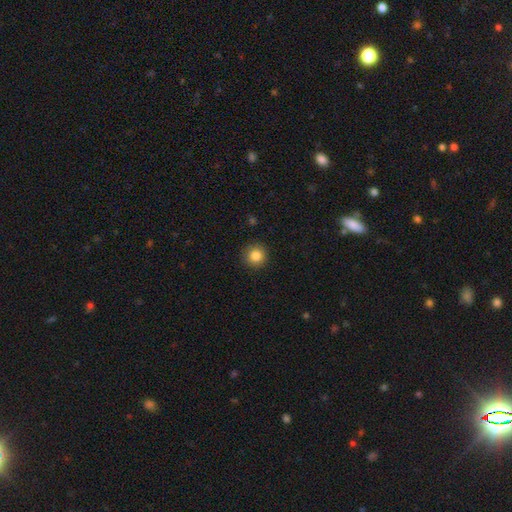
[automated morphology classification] Smooth or featured? smooth (85%)
How rounded? round (94%)
Merging? none (91%)